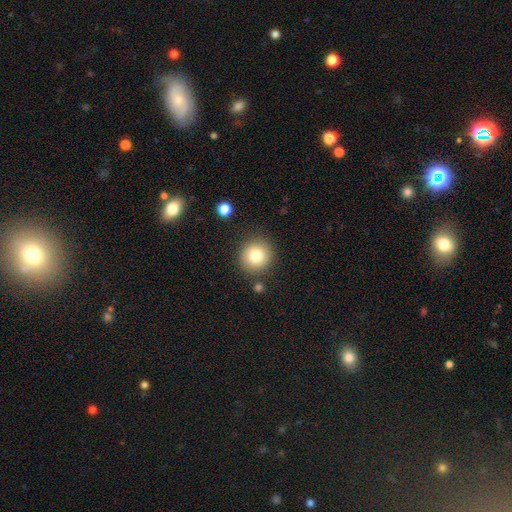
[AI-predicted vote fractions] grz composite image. It shows a smooth galaxy with no disk features (79%) that is round (92%). Merging: none (84%).